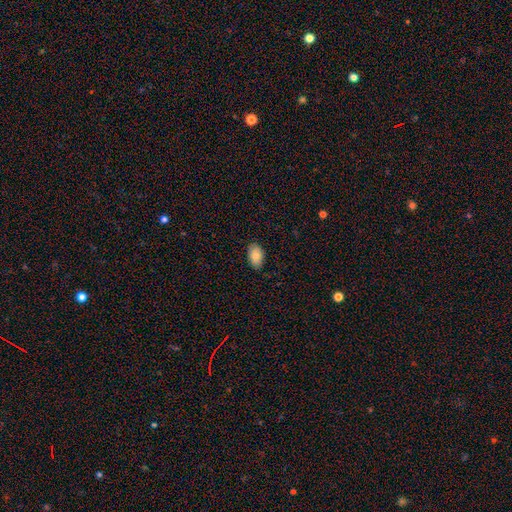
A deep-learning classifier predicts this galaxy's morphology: Smooth or featured: smooth — 85% (featured or disk — 8%)
How rounded: in between — 91% (round — 8%)
Merging: none — 81% (minor disturbance — 16%)